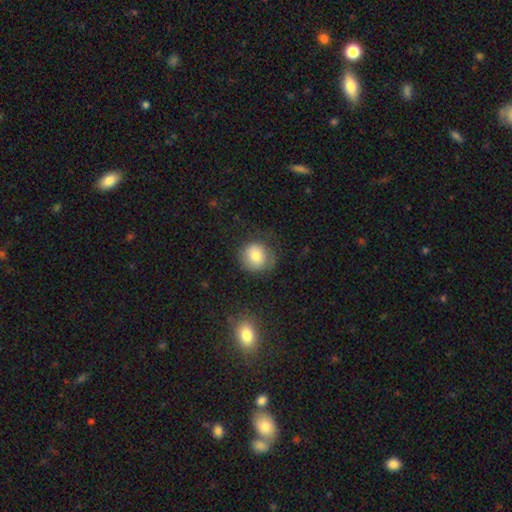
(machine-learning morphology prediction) The model was most divided on "merging": none: 69%, minor disturbance: 20%, major disturbance: 10%, merger: 2%. More confident: how rounded — round (86%); smooth or featured — smooth (77%).